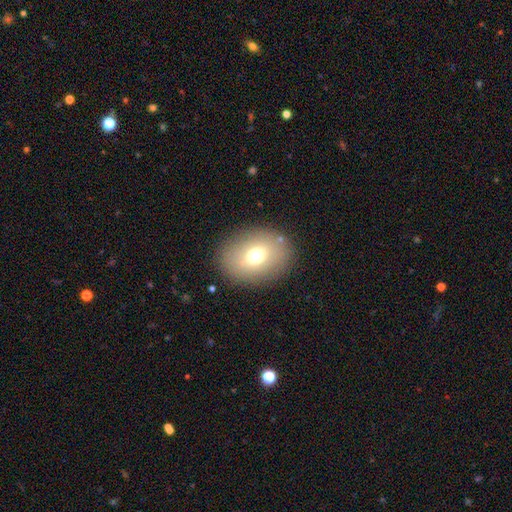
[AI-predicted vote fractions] Smooth or featured: smooth — 68% (featured or disk — 20%)
How rounded: in between — 66% (round — 33%)
Merging: none — 86% (minor disturbance — 9%)